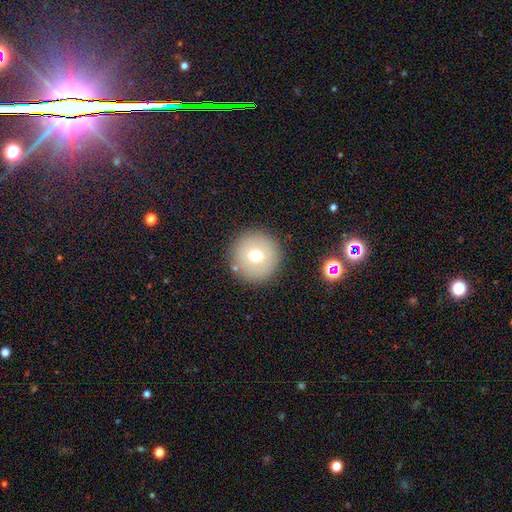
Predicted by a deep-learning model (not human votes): Overall: smooth (68%). How rounded: round (96%). Merging: none (88%).